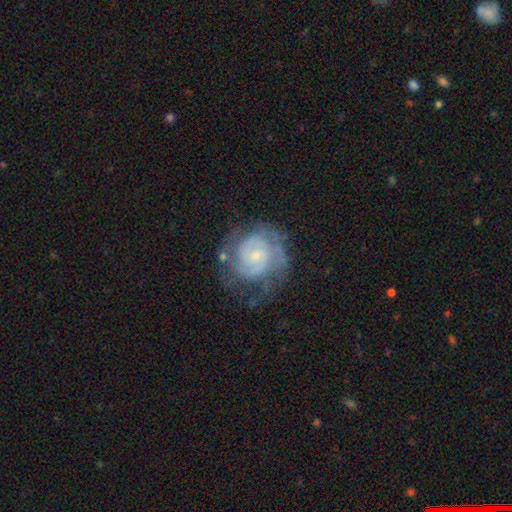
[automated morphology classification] The model was most divided on "spiral arm count": 2: 42%, can't tell: 32%, 3: 13%, 1: 5%, 4: 4%, more than 4: 3%. More confident: edge-on disk — no (98%); spiral arms — yes (90%); smooth or featured — featured or disk (77%); bar — no (67%); bulge size — small (67%); merging — none (63%); spiral winding — tight (62%).